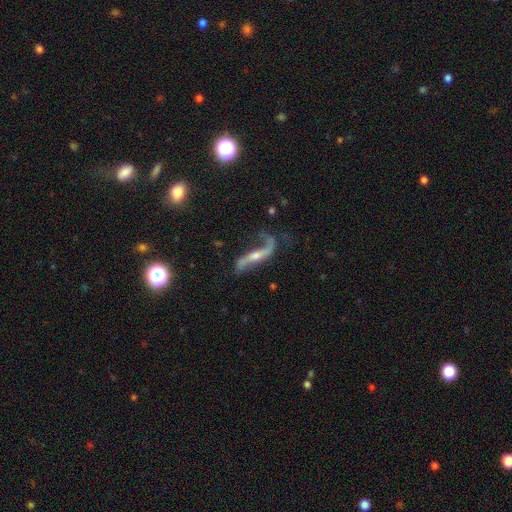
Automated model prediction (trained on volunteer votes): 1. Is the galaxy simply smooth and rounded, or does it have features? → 85% featured or disk, 8% smooth, 7% star or artifact.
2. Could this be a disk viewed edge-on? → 75% no, 25% yes.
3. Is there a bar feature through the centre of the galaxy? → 41% no, 33% strong, 26% weak.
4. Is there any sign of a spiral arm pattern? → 93% yes, 7% no.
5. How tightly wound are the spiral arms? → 90% loose, 7% medium, 3% tight.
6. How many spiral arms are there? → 86% 2, 10% 1, 2% can't tell, 1% 3, 1% 4, 1% more than 4.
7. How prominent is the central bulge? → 46% moderate, 44% small, 4% none, 4% large, 2% dominant.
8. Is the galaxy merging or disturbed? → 56% none, 21% minor disturbance, 20% major disturbance, 4% merger.